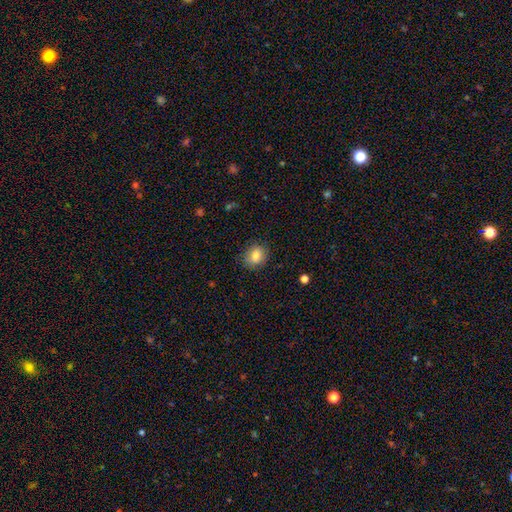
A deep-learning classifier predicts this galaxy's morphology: Smooth or featured: smooth — 82% (star or artifact — 9%)
How rounded: round — 61% (in between — 38%)
Merging: none — 85% (minor disturbance — 11%)